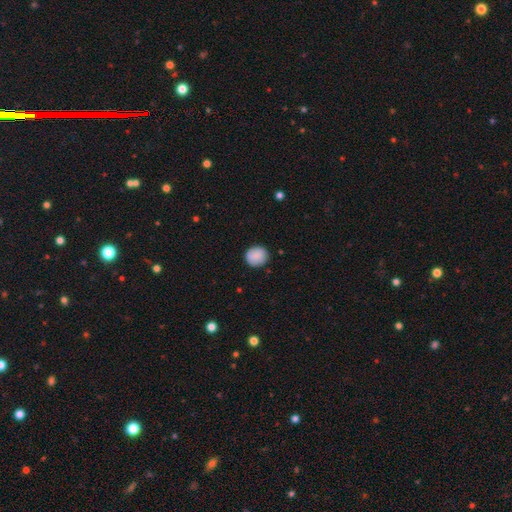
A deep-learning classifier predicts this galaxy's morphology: smooth 89%, star or artifact 7%, featured or disk 4%. Down the decision tree: how rounded — round (88%); merging — none (88%).